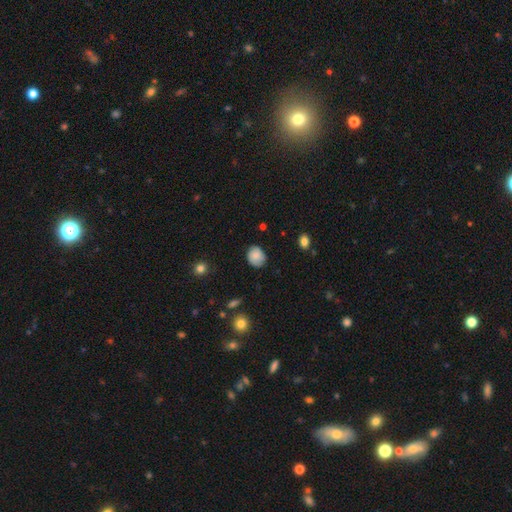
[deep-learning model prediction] Smooth or featured? smooth (76%)
How rounded? round (59%)
Merging? none (75%)